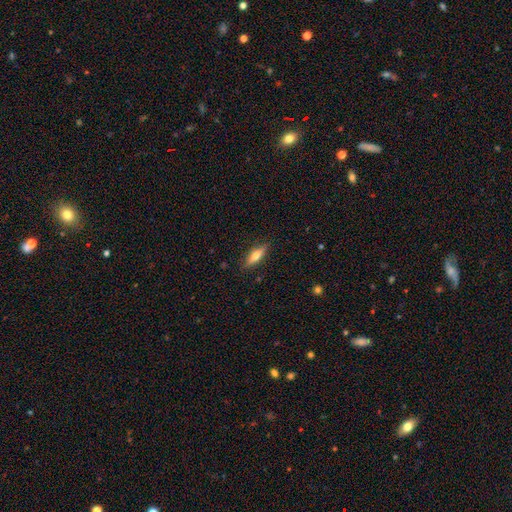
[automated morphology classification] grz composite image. It shows a smooth galaxy with no disk features (59%) that is cigar-shaped (61%). Merging: none (86%).